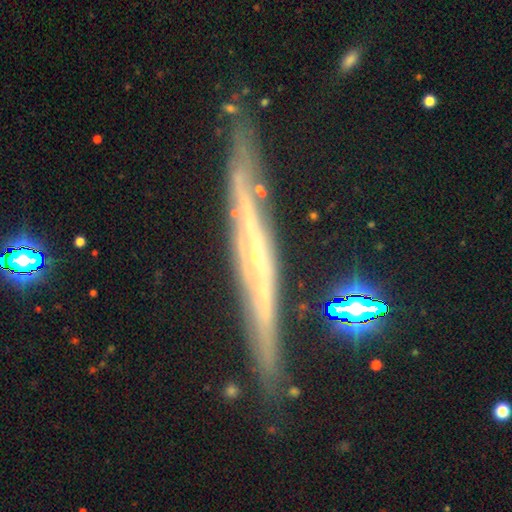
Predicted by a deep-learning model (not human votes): Smooth or featured?
  - featured or disk: 77% *
  - smooth: 12%
  - star or artifact: 11%
Edge-on disk?
  - yes: 92% *
  - no: 8%
Edge-on bulge?
  - none: 53% *
  - rounded: 39%
  - boxy: 8%
Merging?
  - none: 83% *
  - minor disturbance: 12%
  - major disturbance: 3%
  - merger: 2%